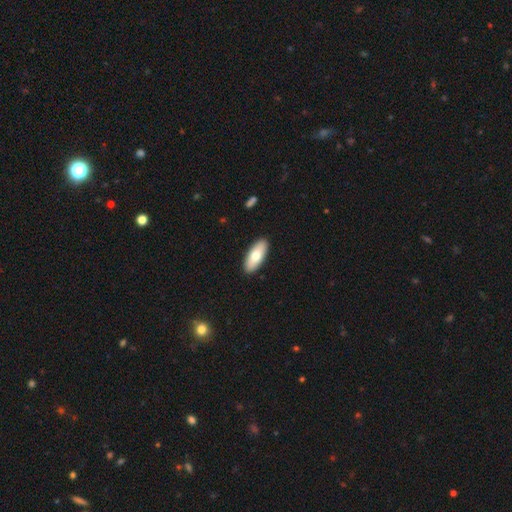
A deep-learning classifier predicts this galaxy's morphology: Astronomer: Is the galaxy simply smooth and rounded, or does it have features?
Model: smooth — 74%.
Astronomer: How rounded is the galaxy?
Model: in between — 82%.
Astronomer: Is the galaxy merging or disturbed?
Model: none — 91%.